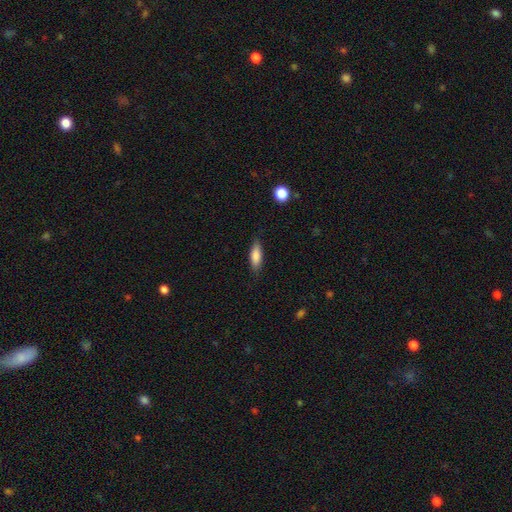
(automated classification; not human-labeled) Q: Smooth or featured?
A: smooth (82%); runner-up: featured or disk (11%)
Q: How rounded?
A: in between (59%); runner-up: cigar-shaped (39%)
Q: Merging?
A: none (82%); runner-up: minor disturbance (14%)